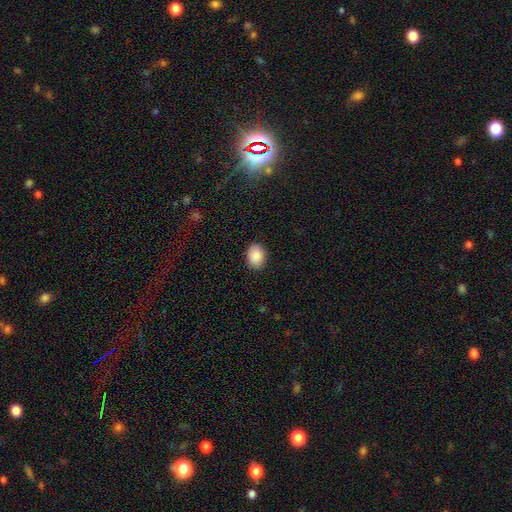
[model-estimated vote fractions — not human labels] A smooth galaxy with no disk features (90%) that is in between round and cigar-shaped (78%). Merging: none (88%).